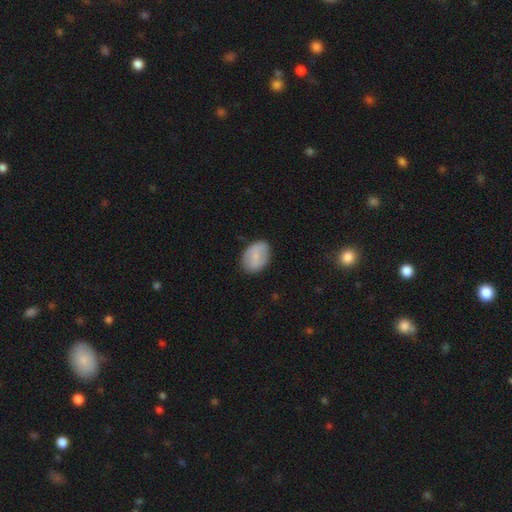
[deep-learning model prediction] Smooth or featured?
  - smooth: 71% *
  - featured or disk: 22%
  - star or artifact: 7%
How rounded?
  - in between: 78% *
  - round: 21%
  - cigar-shaped: 1%
Merging?
  - none: 81% *
  - minor disturbance: 14%
  - major disturbance: 4%
  - merger: 1%